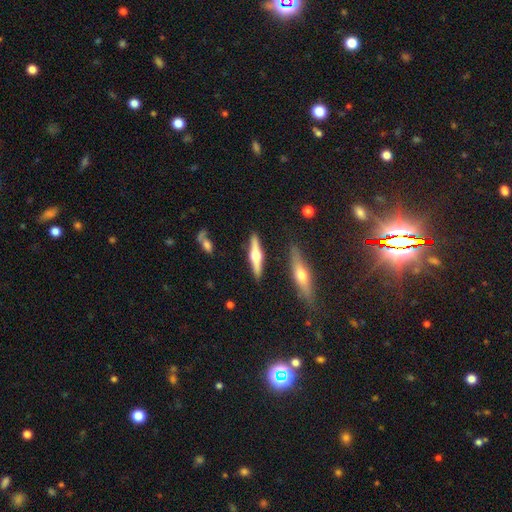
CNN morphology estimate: Smooth or featured?
  - featured or disk: 68% *
  - smooth: 27%
  - star or artifact: 5%
Edge-on disk?
  - yes: 97% *
  - no: 3%
Edge-on bulge?
  - rounded: 94% *
  - boxy: 4%
  - none: 2%
Merging?
  - none: 87% *
  - minor disturbance: 8%
  - merger: 3%
  - major disturbance: 2%